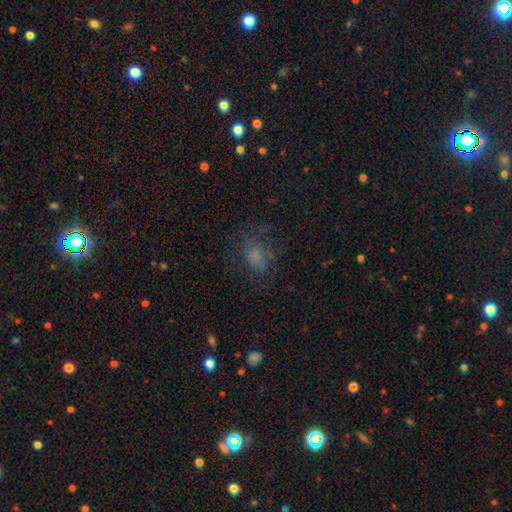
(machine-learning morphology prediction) A smooth galaxy with no disk features (60%) that is round (50%).

Vote fractions:
- Smooth or featured? smooth: 60% / featured or disk: 21% / star or artifact: 19%
- How rounded? round: 50% / in between: 48% / cigar-shaped: 2%
- Merging? none: 62% / minor disturbance: 18% / major disturbance: 17% / merger: 2%